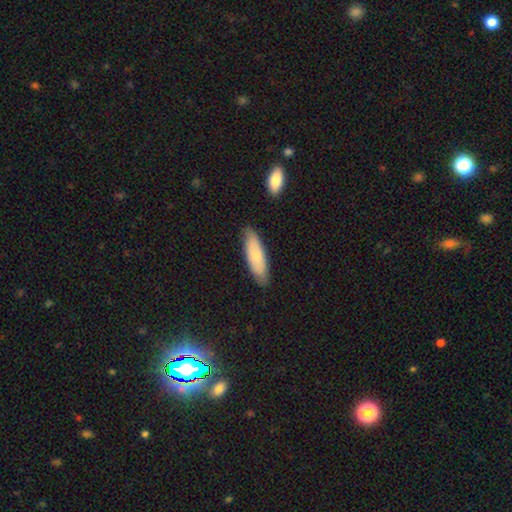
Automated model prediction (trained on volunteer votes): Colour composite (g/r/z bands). It shows a smooth galaxy with no disk features (74%) that is in between round and cigar-shaped (54%). Merging: none (81%).